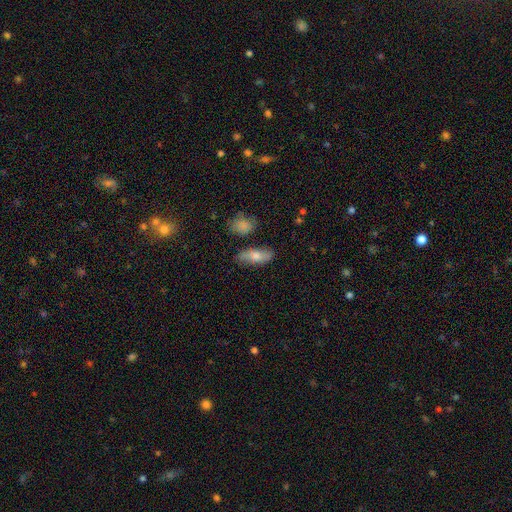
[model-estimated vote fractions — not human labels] smooth_or_featured: smooth (p=0.61) [alt: featured or disk p=0.30]
how_rounded: in between (p=0.68) [alt: cigar-shaped p=0.27]
merging: none (p=0.77) [alt: minor disturbance p=0.16]